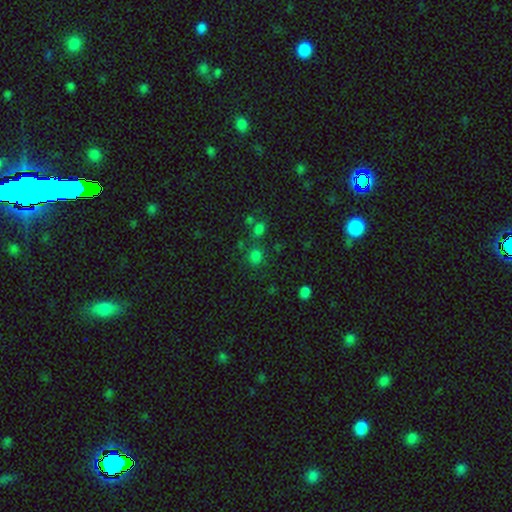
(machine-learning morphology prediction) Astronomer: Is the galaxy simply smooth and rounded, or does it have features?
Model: smooth — 71%.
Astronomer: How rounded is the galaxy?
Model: round — 68%.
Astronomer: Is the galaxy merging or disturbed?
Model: none — 65%.